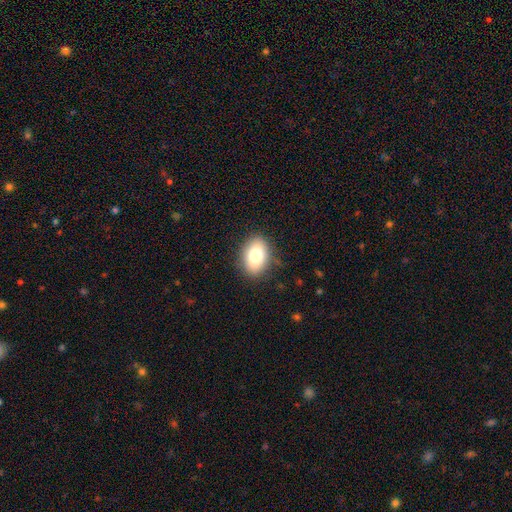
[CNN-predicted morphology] This appears to be a smooth galaxy with no disk features (79%) that is in between round and cigar-shaped (81%). Merging: none (86%).